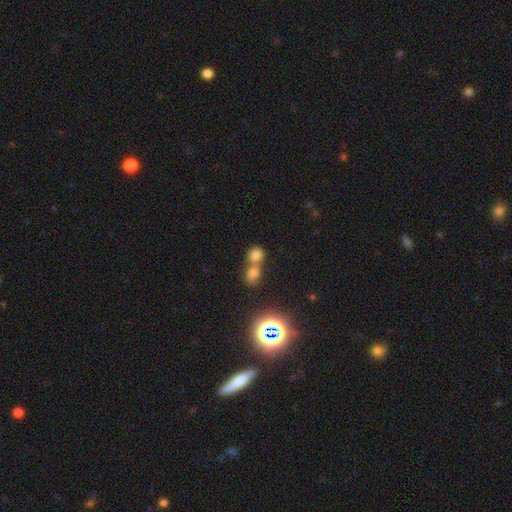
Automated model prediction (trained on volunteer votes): smooth-or-featured: smooth: 71% | star or artifact: 19% | featured or disk: 10%
  how-rounded: round: 61% | in between: 37% | cigar-shaped: 2%
  merging: merger: 61% | none: 30% | minor disturbance: 6% | major disturbance: 3%